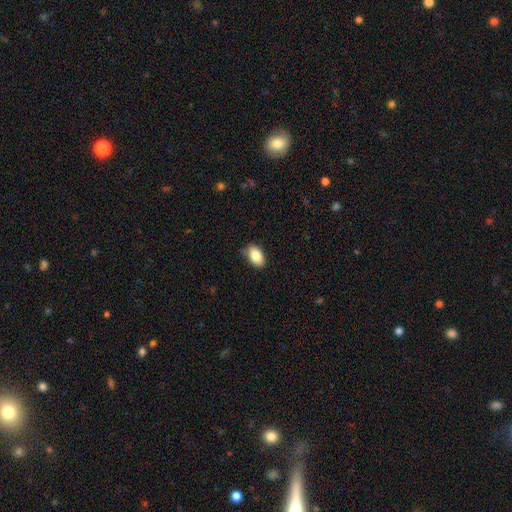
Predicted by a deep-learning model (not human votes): The model was most divided on "merging": none: 79%, minor disturbance: 17%, major disturbance: 3%, merger: 1%. More confident: how rounded — in between (90%); smooth or featured — smooth (84%).